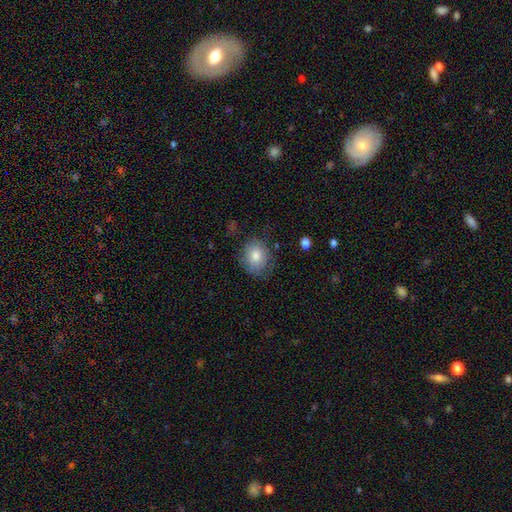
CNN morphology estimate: The model was most divided on "how rounded": round: 61%, in between: 38%, cigar-shaped: 1%. More confident: smooth or featured — smooth (79%); merging — none (74%).